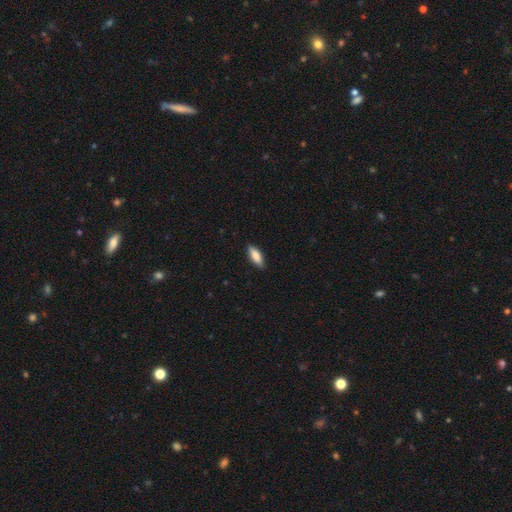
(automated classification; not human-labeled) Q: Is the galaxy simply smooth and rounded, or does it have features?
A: smooth — 85%.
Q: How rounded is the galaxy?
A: in between — 69%.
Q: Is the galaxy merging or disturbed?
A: none — 88%.